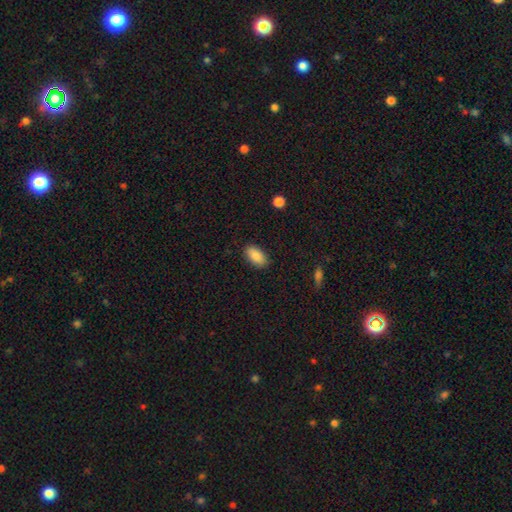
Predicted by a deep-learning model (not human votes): smooth-or-featured: smooth: 87% | star or artifact: 7% | featured or disk: 6%
  how-rounded: in between: 92% | cigar-shaped: 5% | round: 3%
  merging: none: 87% | minor disturbance: 10% | major disturbance: 2% | merger: 1%